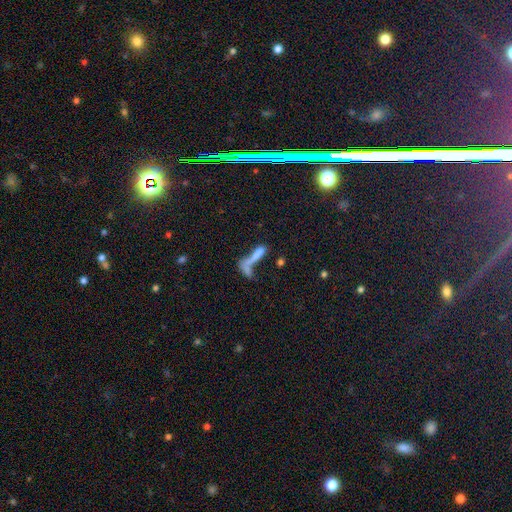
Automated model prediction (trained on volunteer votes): Smooth or featured? Predicted: smooth (p=0.59). How rounded? Predicted: cigar-shaped (p=0.73). Merging? Predicted: merger (p=0.49).